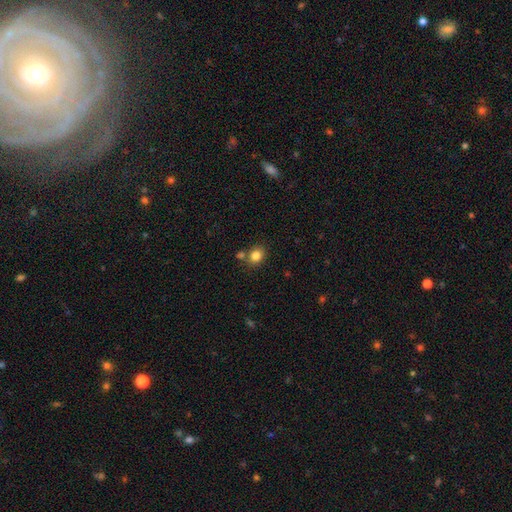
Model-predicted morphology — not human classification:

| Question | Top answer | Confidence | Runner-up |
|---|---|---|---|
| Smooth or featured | smooth | 83% | star or artifact (11%) |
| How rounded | round | 59% | in between (40%) |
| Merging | none | 70% | merger (16%) |